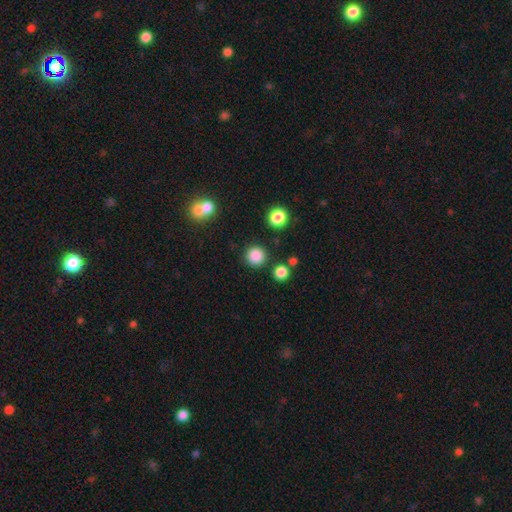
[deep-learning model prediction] Overall: smooth (85%). How rounded: round (94%). Merging: none (88%).